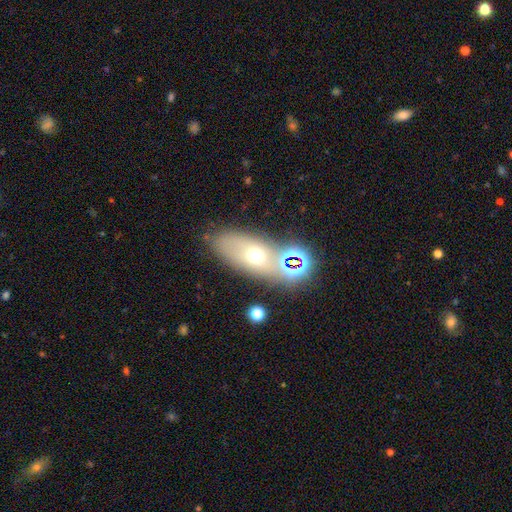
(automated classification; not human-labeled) This is possibly a smooth galaxy (54%). How rounded: likely in between (77%). Merging: likely none (68%).